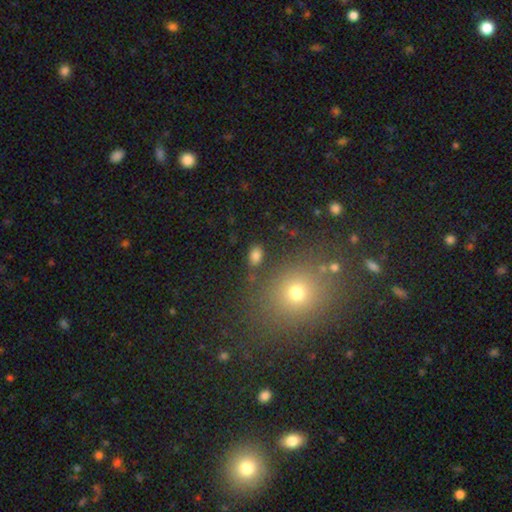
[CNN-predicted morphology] type=smooth (80%); roundness=in between (82%); merging=none (81%).